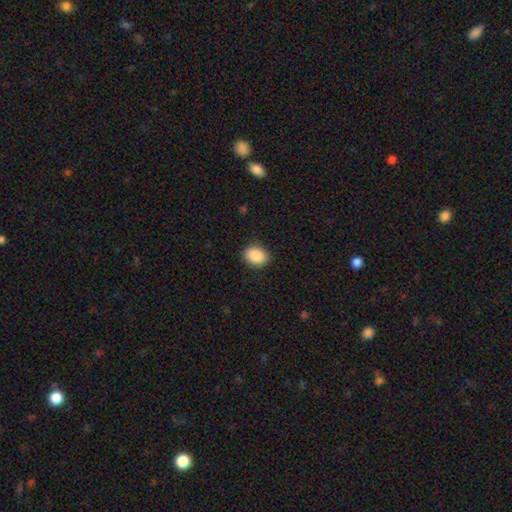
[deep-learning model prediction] smooth 90%, star or artifact 7%, featured or disk 3%. Down the decision tree: how rounded — in between (58%); merging — none (88%).